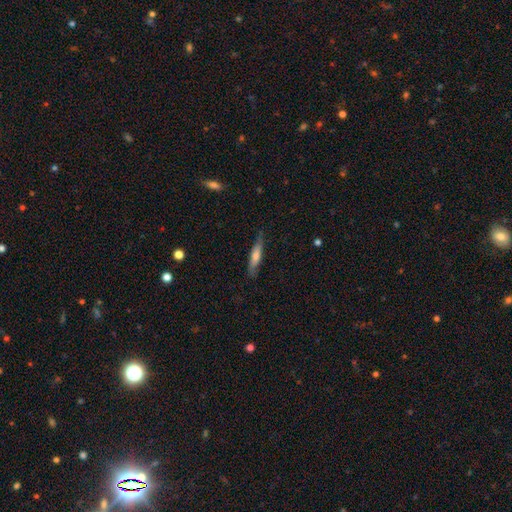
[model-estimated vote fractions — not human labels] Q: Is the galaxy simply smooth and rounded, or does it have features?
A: smooth — 49%.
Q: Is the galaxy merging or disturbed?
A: none — 81%.